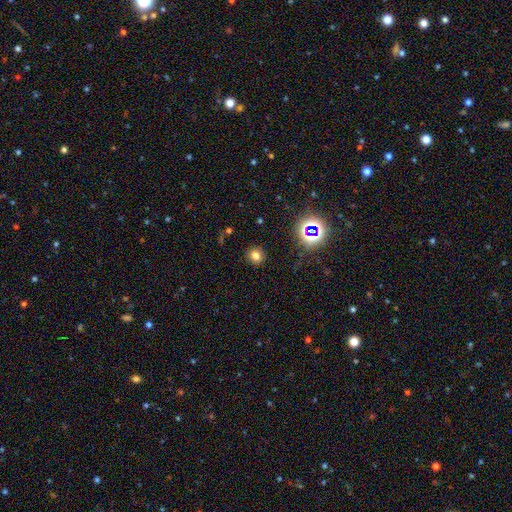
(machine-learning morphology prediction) type=smooth (73%); roundness=round (85%); merging=none (89%).